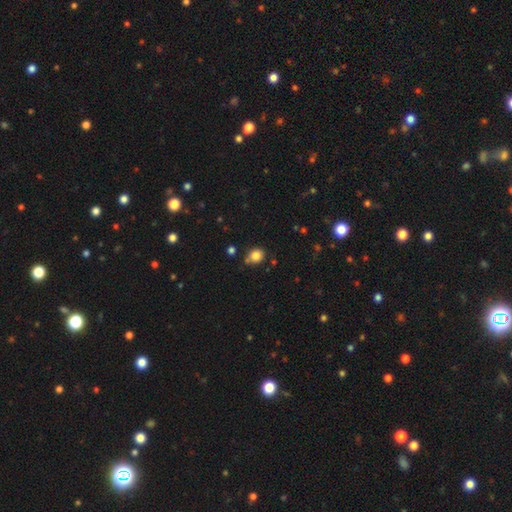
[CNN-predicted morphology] This is clearly a smooth galaxy (83%). How rounded: likely round (71%). Merging: likely none (73%).